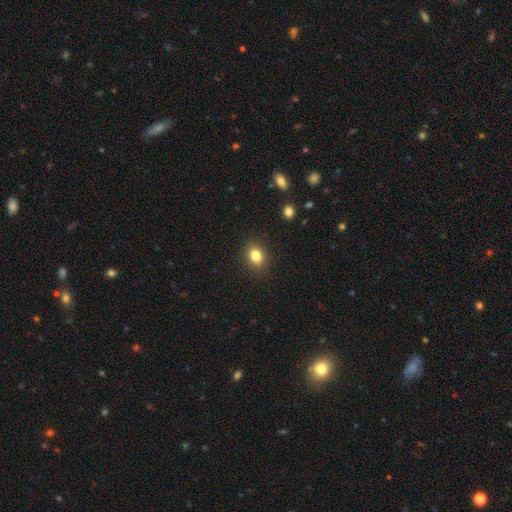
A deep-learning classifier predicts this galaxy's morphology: The model was most divided on "how rounded": in between: 62%, round: 37%, cigar-shaped: 1%. More confident: merging — none (89%); smooth or featured — smooth (83%).